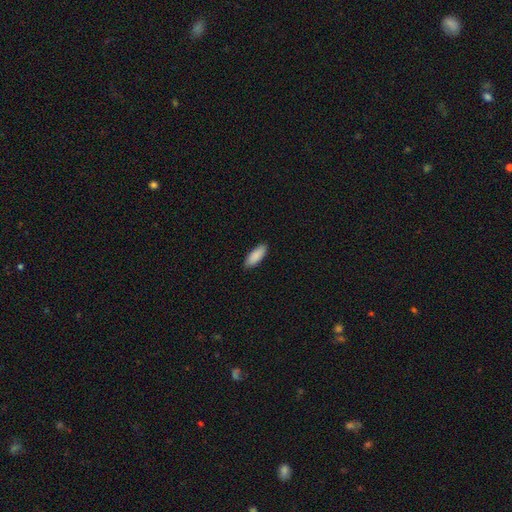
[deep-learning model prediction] This appears to be a smooth galaxy with no disk features (90%) that is in between round and cigar-shaped (73%). Merging: none (88%).